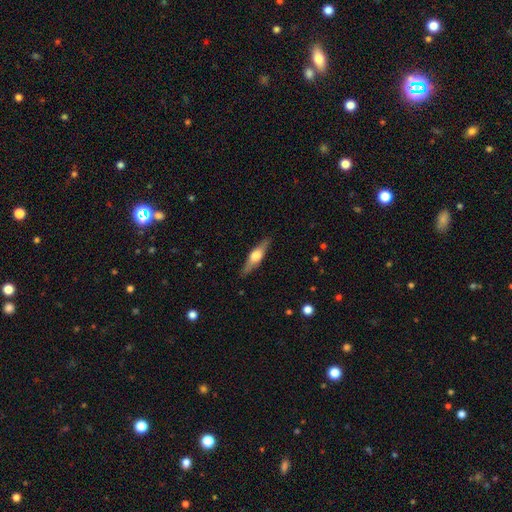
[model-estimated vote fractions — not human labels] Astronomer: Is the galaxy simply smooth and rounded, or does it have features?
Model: featured or disk — 58% (runner-up: smooth, 36%).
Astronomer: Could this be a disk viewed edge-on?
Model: yes — 94%.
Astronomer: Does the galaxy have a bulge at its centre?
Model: rounded — 92%.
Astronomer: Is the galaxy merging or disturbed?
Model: none — 87%.